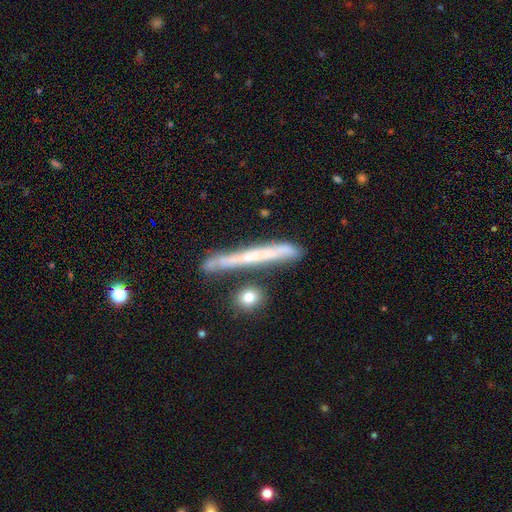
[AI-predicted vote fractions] smooth_or_featured: featured or disk (p=0.62) [alt: smooth p=0.30]
disk_edge_on: yes (p=0.88) [alt: no p=0.12]
edge_on_bulge: none (p=0.72) [alt: rounded p=0.22]
merging: none (p=0.71) [alt: minor disturbance p=0.16]